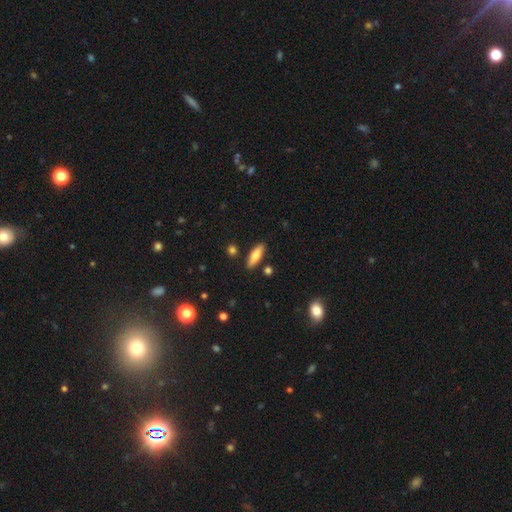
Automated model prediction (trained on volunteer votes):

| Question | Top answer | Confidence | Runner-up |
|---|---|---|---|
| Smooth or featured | smooth | 75% | featured or disk (19%) |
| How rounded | in between | 50% | cigar-shaped (47%) |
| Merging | none | 86% | minor disturbance (9%) |